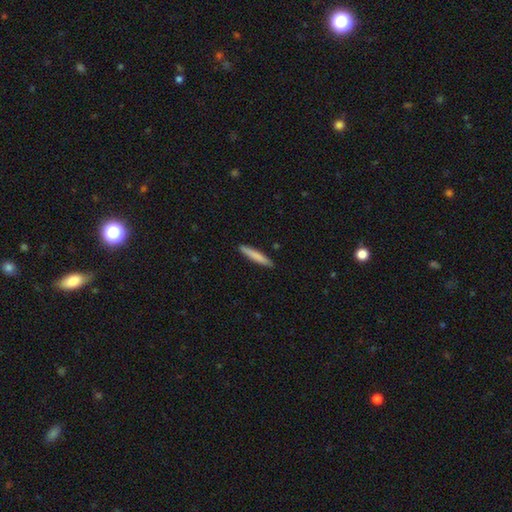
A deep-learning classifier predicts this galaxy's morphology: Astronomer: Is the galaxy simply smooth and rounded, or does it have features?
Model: smooth — 80%.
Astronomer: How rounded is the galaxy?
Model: cigar-shaped — 94%.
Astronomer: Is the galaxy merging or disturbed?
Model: none — 91%.